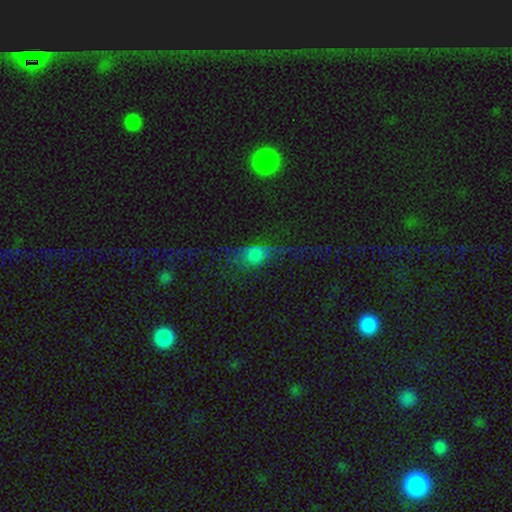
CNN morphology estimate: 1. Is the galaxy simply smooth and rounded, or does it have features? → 49% smooth, 30% star or artifact, 21% featured or disk.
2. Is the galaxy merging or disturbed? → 48% none, 26% major disturbance, 22% minor disturbance, 4% merger.